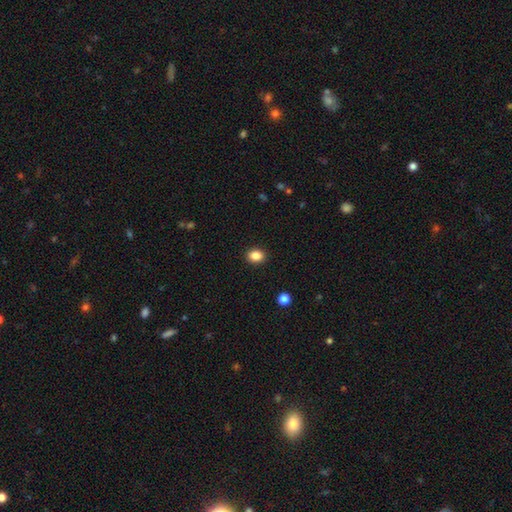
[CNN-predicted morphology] This is clearly a smooth galaxy (86%). How rounded: possibly in between (57%). Merging: clearly none (91%).